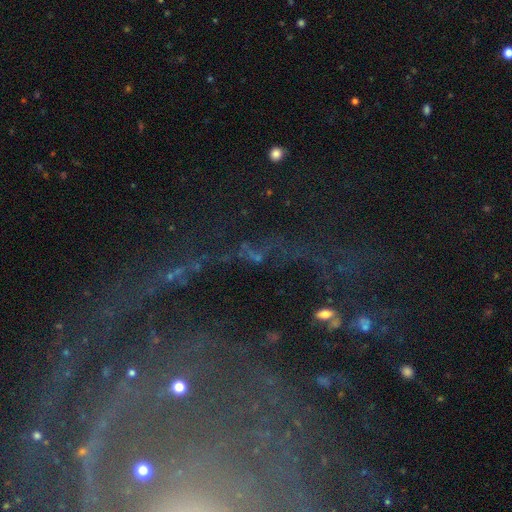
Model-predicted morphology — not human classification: Smooth or featured: star or artifact — 60% (smooth — 20%)